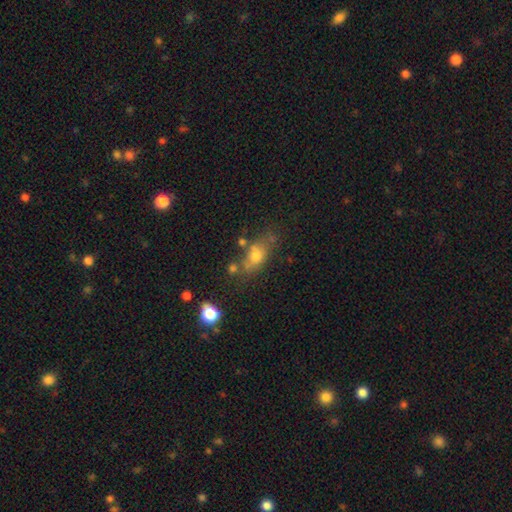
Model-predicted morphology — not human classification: Smooth or featured? smooth (66%)
How rounded? in between (68%)
Merging? none (54%)